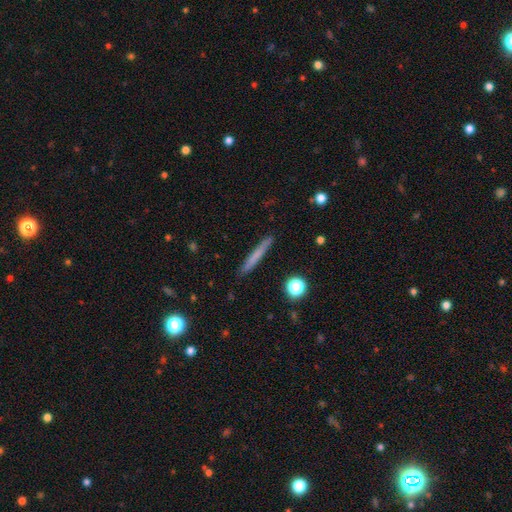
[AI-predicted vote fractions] A smooth galaxy with no disk features (65%) that is cigar-shaped (96%). Merging: none (90%).